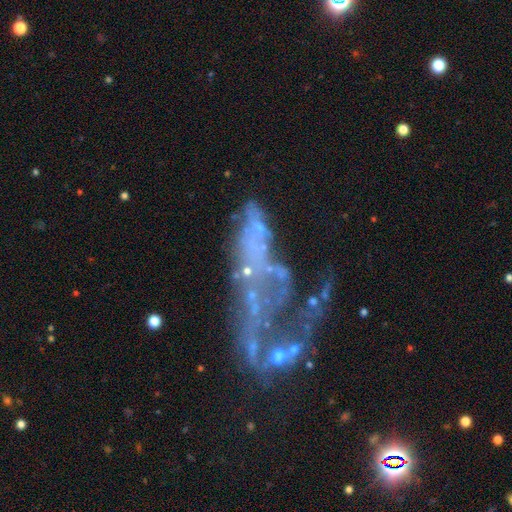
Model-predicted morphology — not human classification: smooth-or-featured: featured or disk: 63% | star or artifact: 22% | smooth: 15%
  disk-edge-on: no: 92% | yes: 8%
    bar: no: 89% | weak: 7% | strong: 4%
    has-spiral-arms: no: 81% | yes: 19%
    bulge-size: none: 82% | small: 11% | moderate: 4% | large: 2% | dominant: 1%
  merging: major disturbance: 47% | merger: 21% | none: 20% | minor disturbance: 12%